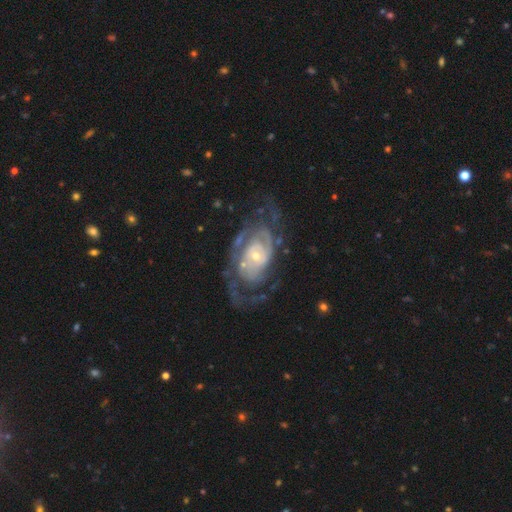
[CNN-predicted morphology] Q: Smooth or featured?
A: featured or disk (87%); runner-up: smooth (7%)
Q: Edge-on disk?
A: no (96%); runner-up: yes (4%)
Q: Bar?
A: no (70%); runner-up: weak (23%)
Q: Spiral arms?
A: yes (92%); runner-up: no (8%)
Q: Spiral winding?
A: tight (56%); runner-up: medium (33%)
Q: Spiral arm count?
A: 2 (39%); runner-up: can't tell (30%)
Q: Bulge size?
A: small (68%); runner-up: moderate (26%)
Q: Merging?
A: none (58%); runner-up: major disturbance (21%)